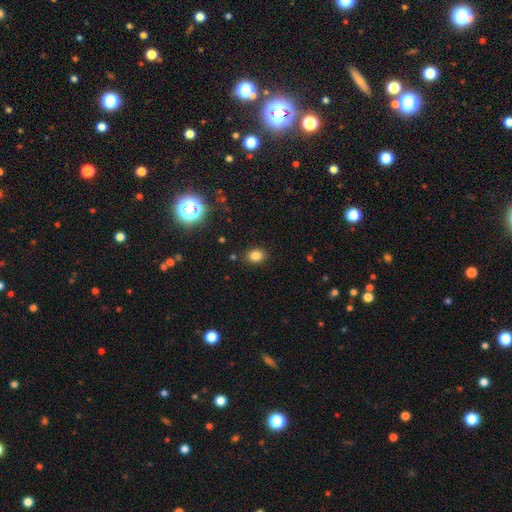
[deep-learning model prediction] Overall: smooth (81%). How rounded: in between (56%; round 43%). Merging: none (88%).